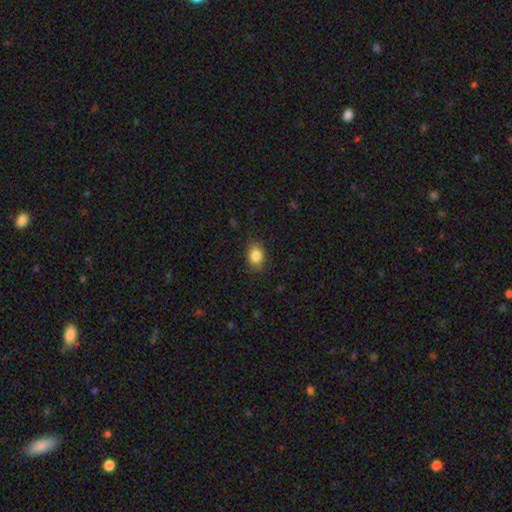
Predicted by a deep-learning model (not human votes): smooth-or-featured: smooth: 85% | star or artifact: 9% | featured or disk: 6%
  how-rounded: in between: 65% | round: 34% | cigar-shaped: 1%
  merging: none: 85% | minor disturbance: 11% | major disturbance: 3% | merger: 1%